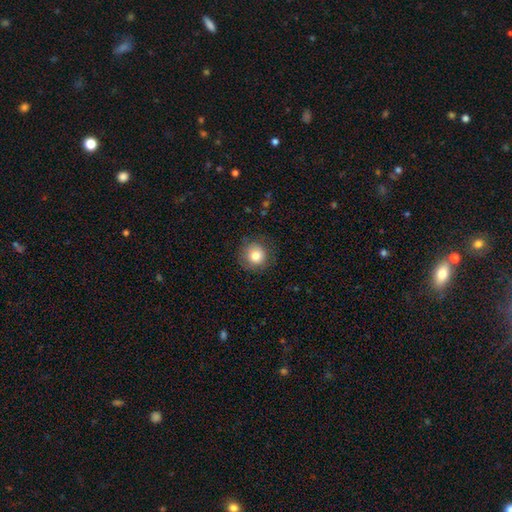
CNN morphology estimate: Smooth or featured: smooth — 81% (star or artifact — 10%)
How rounded: round — 93% (in between — 6%)
Merging: none — 83% (minor disturbance — 12%)